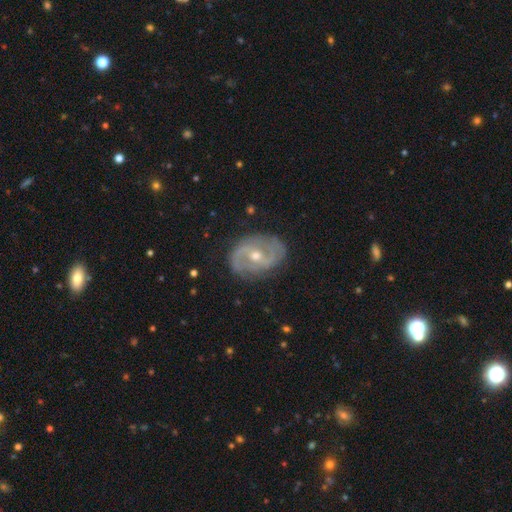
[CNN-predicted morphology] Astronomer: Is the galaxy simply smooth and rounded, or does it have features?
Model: featured or disk — 85%.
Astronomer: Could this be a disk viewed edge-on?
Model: no — 97%.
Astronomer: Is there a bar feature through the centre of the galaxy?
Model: weak — 46% (runner-up: no, 35%).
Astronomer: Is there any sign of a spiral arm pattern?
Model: yes — 92%.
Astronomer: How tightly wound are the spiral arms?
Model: medium — 46% (runner-up: tight, 33%).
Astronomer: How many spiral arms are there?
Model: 2 — 77%.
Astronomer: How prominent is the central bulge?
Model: moderate — 60% (runner-up: small, 36%).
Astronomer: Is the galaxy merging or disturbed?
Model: none — 79%.